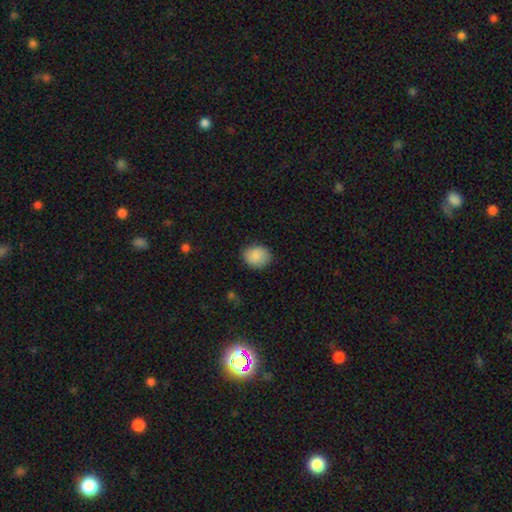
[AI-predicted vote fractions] Smooth or featured?
  - smooth: 88% *
  - star or artifact: 7%
  - featured or disk: 4%
How rounded?
  - round: 66% *
  - in between: 33%
  - cigar-shaped: 1%
Merging?
  - none: 81% *
  - minor disturbance: 15%
  - major disturbance: 3%
  - merger: 1%